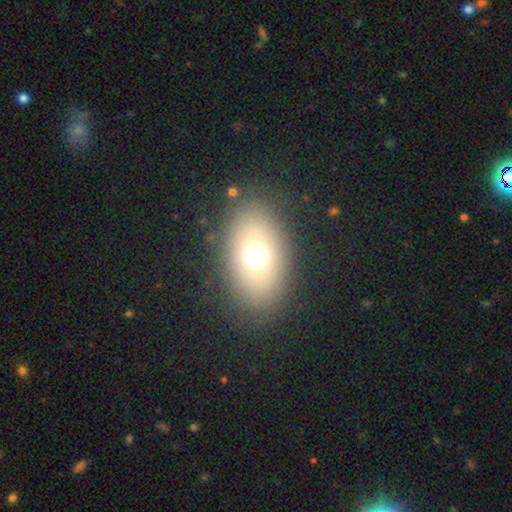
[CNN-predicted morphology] A smooth galaxy with no disk features (67%) that is in between round and cigar-shaped (80%).

Vote fractions:
- Smooth or featured? smooth: 67% / featured or disk: 19% / star or artifact: 14%
- How rounded? in between: 80% / round: 18% / cigar-shaped: 2%
- Merging? none: 84% / minor disturbance: 9% / major disturbance: 5% / merger: 1%